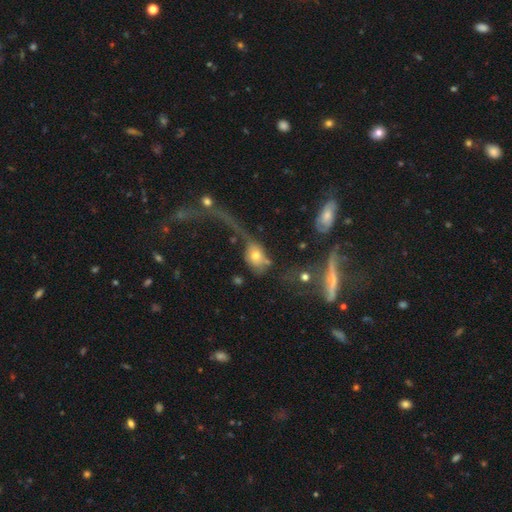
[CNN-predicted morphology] This is likely a smooth galaxy (61%). How rounded: likely in between (70%). Merging: marginally major disturbance (44%).